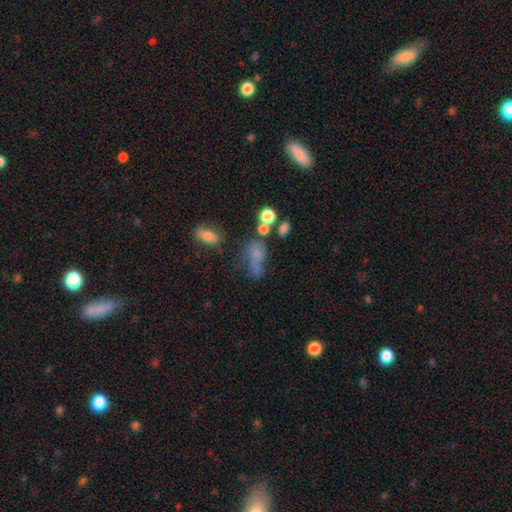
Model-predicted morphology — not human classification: type=smooth (60%); roundness=in between (69%); merging=none (34%).